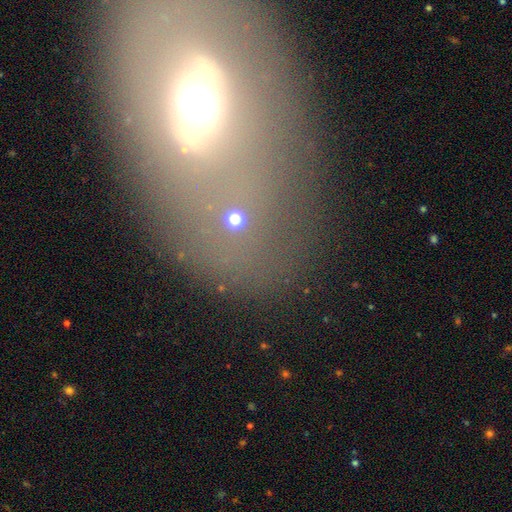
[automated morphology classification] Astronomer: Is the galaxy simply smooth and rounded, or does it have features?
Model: featured or disk — 44% (runner-up: smooth, 33%).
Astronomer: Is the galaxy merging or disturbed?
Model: none — 68%.